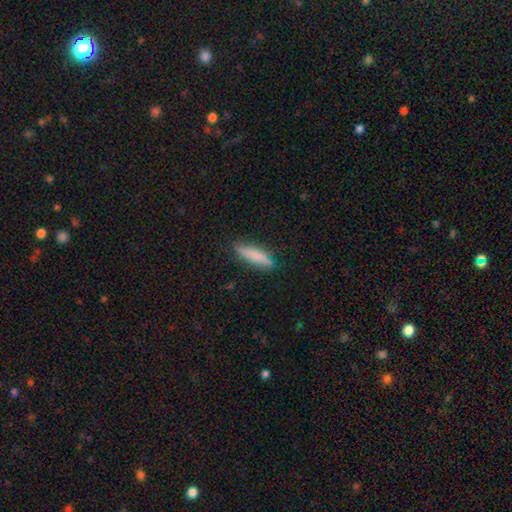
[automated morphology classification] The model was most divided on "how rounded": cigar-shaped: 77%, in between: 22%, round: 2%. More confident: merging — none (84%); smooth or featured — smooth (78%).